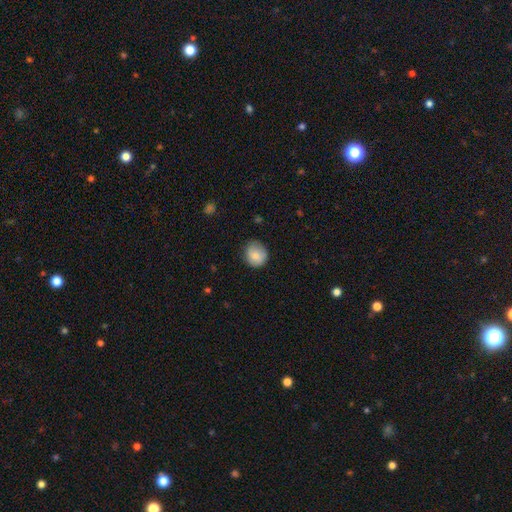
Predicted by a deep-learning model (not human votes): A smooth galaxy with no disk features (81%) that is round (80%). Merging: none (75%).